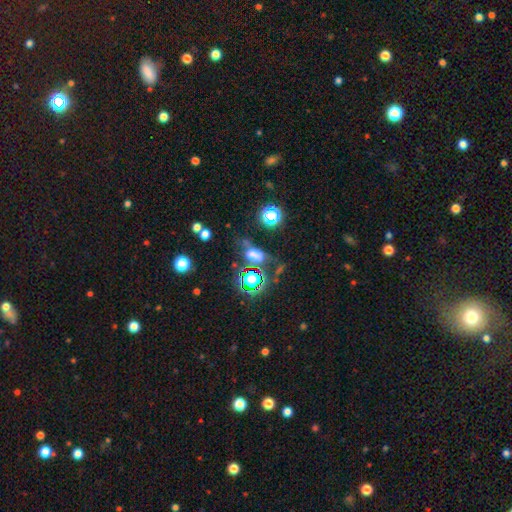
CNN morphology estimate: smooth_or_featured: smooth (p=0.54) [alt: star or artifact p=0.33]
how_rounded: in between (p=0.69) [alt: round p=0.22]
merging: none (p=0.57) [alt: minor disturbance p=0.18]